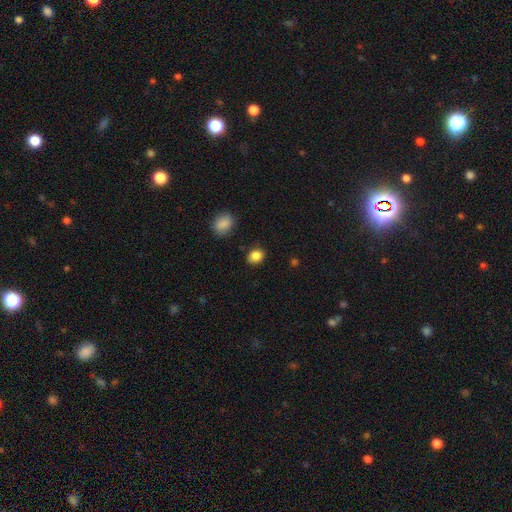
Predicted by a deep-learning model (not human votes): smooth 86%, star or artifact 10%, featured or disk 4%. Down the decision tree: how rounded — round (53%); merging — none (85%).